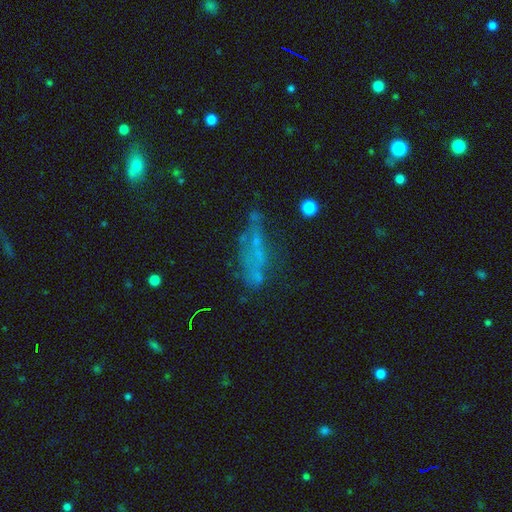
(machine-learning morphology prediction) smooth 40%, featured or disk 38%, star or artifact 22%. Down the decision tree: merging — none (46%).